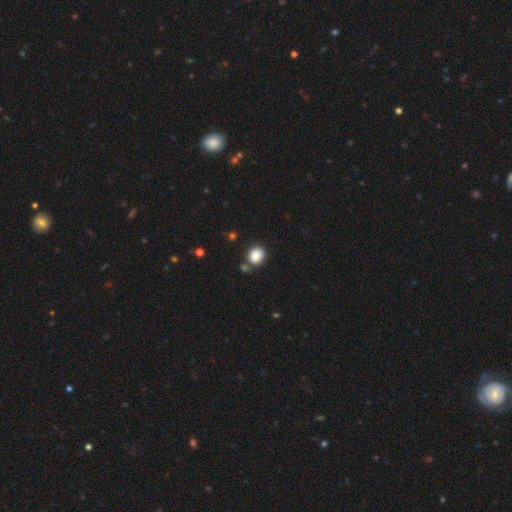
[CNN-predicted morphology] smooth 87%, star or artifact 9%, featured or disk 4%. Down the decision tree: how rounded — round (74%); merging — none (73%).